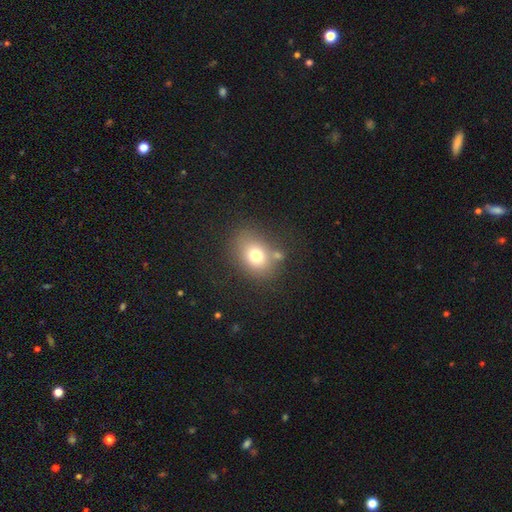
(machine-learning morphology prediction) type=smooth (73%); roundness=in between (55%); merging=none (68%).